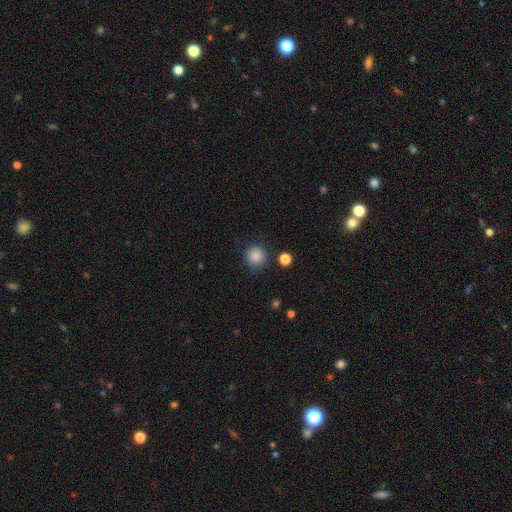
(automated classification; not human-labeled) A smooth galaxy with no disk features (87%) that is round (93%). Merging: none (86%).